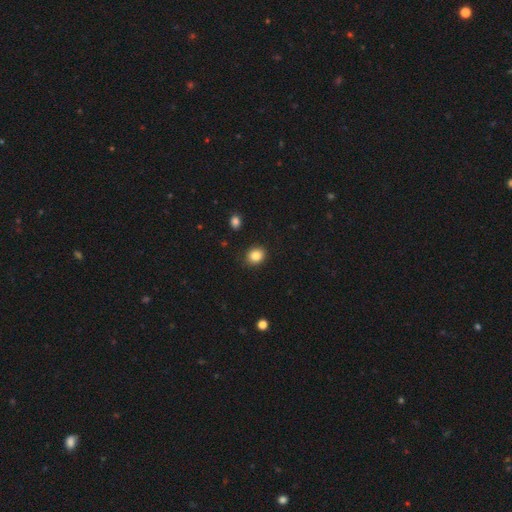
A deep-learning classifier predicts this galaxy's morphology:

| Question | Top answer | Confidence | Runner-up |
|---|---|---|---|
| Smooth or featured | smooth | 85% | star or artifact (10%) |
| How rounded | round | 67% | in between (32%) |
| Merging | none | 88% | minor disturbance (8%) |